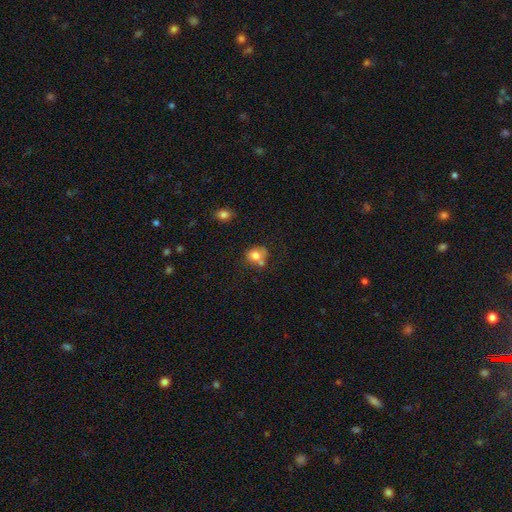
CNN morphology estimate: smooth 73%, featured or disk 16%, star or artifact 11%. Down the decision tree: how rounded — round (68%); merging — none (44%).